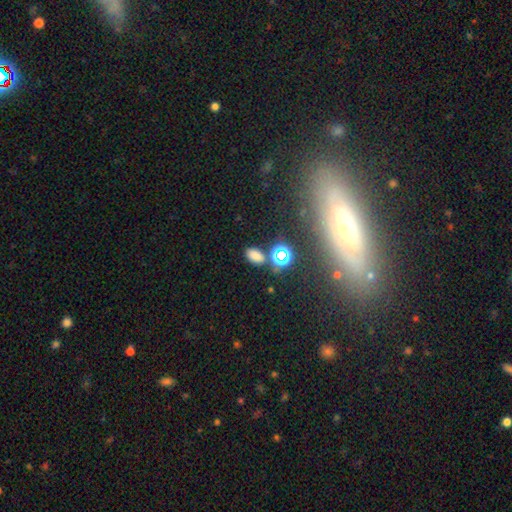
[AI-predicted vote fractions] Smooth or featured? smooth (70%)
How rounded? in between (86%)
Merging? none (77%)